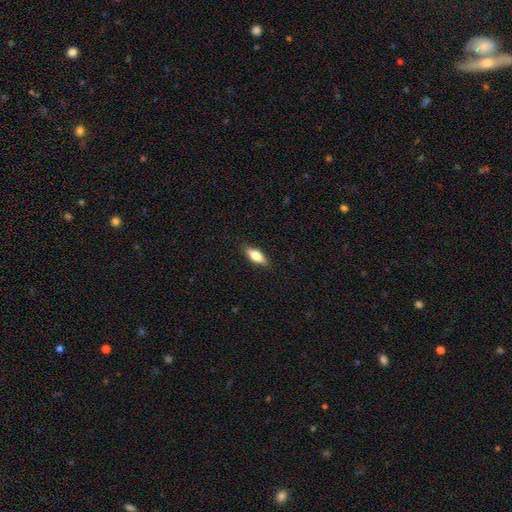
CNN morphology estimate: A smooth galaxy with no disk features (72%) that is in between round and cigar-shaped (69%). Merging: none (87%).